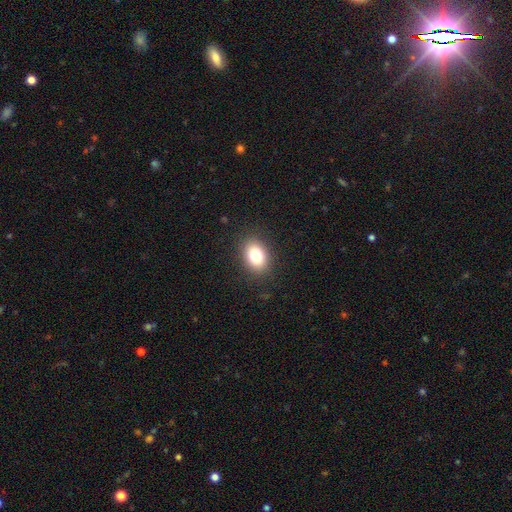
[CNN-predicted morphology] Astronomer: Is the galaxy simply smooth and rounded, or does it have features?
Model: smooth — 80%.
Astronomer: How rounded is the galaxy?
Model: in between — 79%.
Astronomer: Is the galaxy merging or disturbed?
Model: none — 87%.